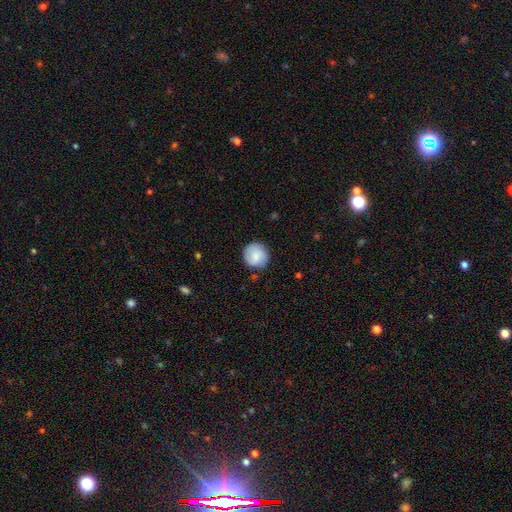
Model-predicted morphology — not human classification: The model was most divided on "smooth or featured": smooth: 82%, featured or disk: 12%, star or artifact: 6%. More confident: how rounded — round (93%); merging — none (84%).